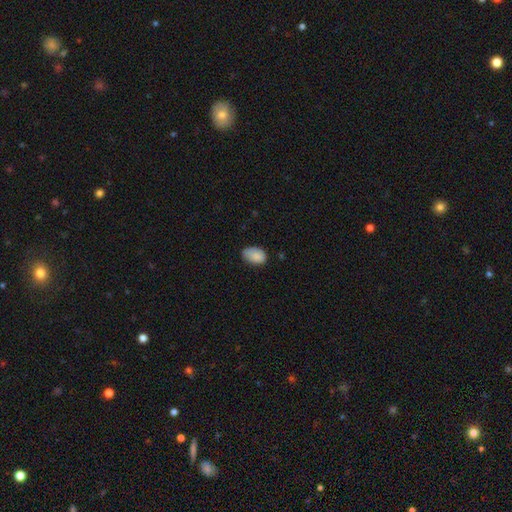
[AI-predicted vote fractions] Smooth or featured: smooth — 85% (featured or disk — 7%)
How rounded: in between — 88% (round — 11%)
Merging: none — 64% (minor disturbance — 29%)